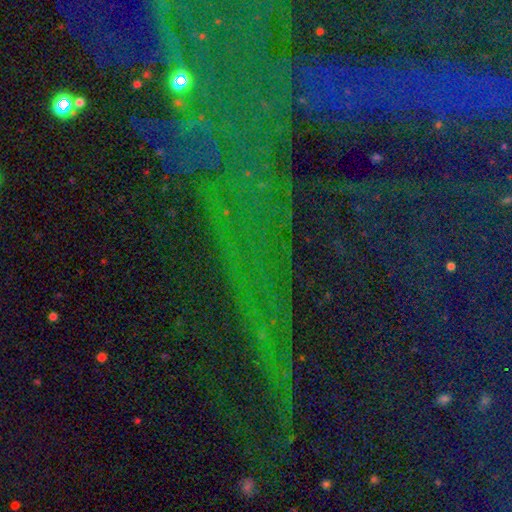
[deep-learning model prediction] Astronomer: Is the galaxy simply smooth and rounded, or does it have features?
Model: star or artifact — 83%.